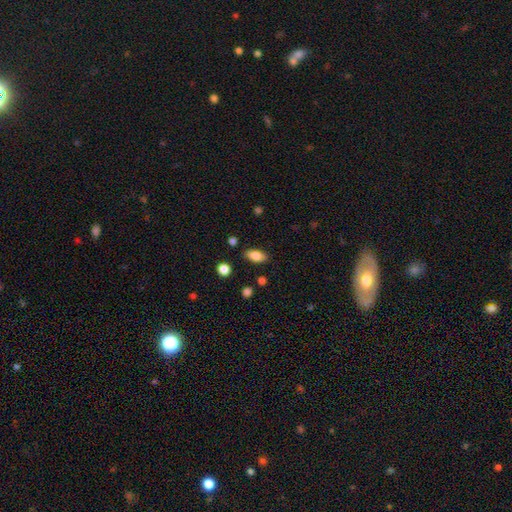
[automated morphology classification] smooth 84%, featured or disk 8%, star or artifact 8%. Down the decision tree: how rounded — in between (89%); merging — none (84%).